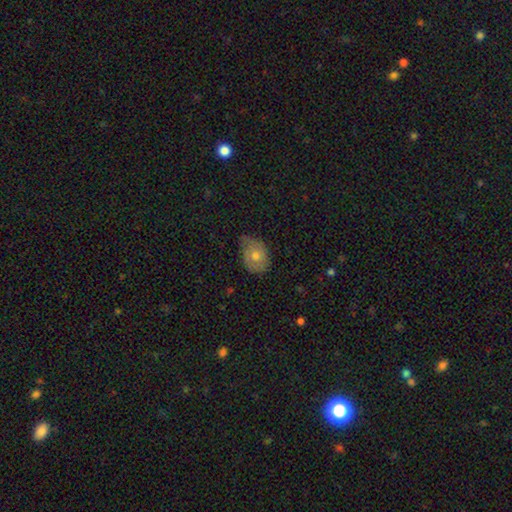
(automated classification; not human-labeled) Smooth or featured? Predicted: smooth (p=0.66). How rounded? Predicted: in between (p=0.62). Merging? Predicted: none (p=0.54).